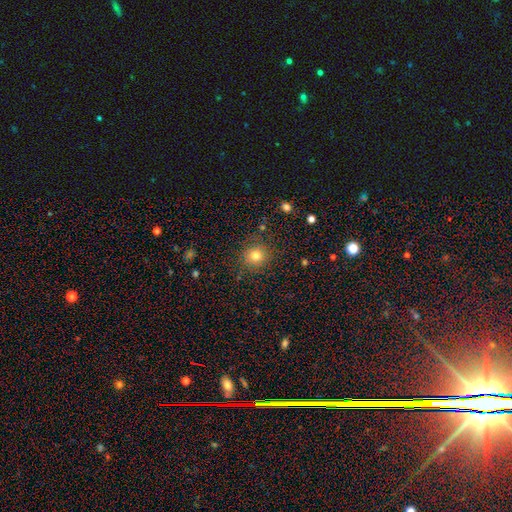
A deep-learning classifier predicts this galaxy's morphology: The model was most divided on "smooth or featured": smooth: 79%, star or artifact: 14%, featured or disk: 7%. More confident: how rounded — round (90%); merging — none (86%).